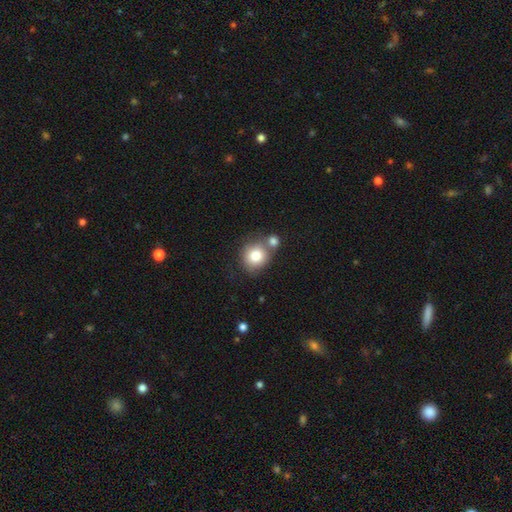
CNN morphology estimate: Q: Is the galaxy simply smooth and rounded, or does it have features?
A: smooth — 80%.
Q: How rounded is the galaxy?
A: round — 84%.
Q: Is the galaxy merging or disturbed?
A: none — 54%.